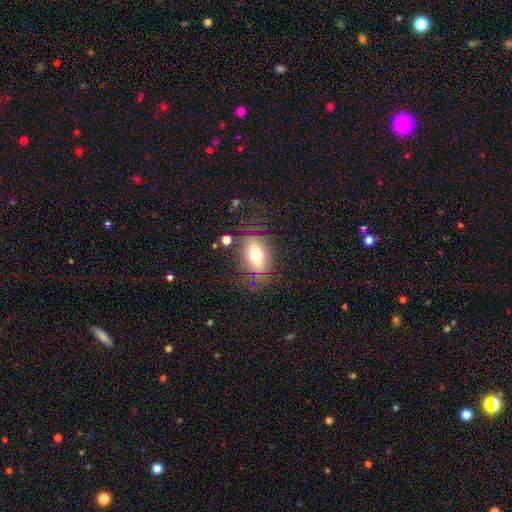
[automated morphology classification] smooth_or_featured: smooth (p=0.68) [alt: featured or disk p=0.19]
how_rounded: in between (p=0.77) [alt: round p=0.20]
merging: none (p=0.73) [alt: minor disturbance p=0.16]